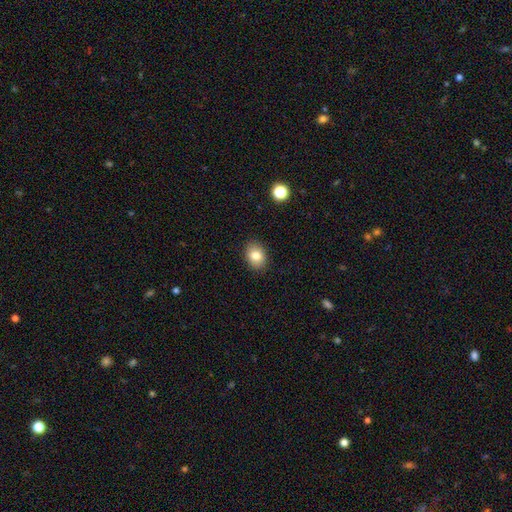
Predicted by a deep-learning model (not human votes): smooth_or_featured: smooth (p=0.82) [alt: star or artifact p=0.09]
how_rounded: in between (p=0.65) [alt: round p=0.34]
merging: none (p=0.88) [alt: minor disturbance p=0.08]